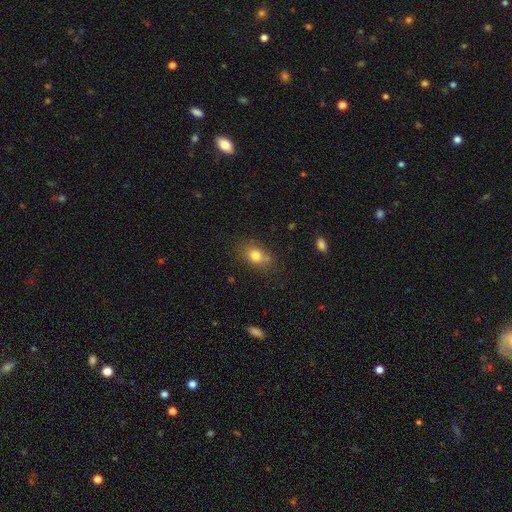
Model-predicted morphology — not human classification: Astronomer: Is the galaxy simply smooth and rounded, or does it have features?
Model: smooth — 78%.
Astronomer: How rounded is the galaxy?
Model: in between — 68%.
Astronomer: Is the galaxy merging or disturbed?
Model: none — 67%.